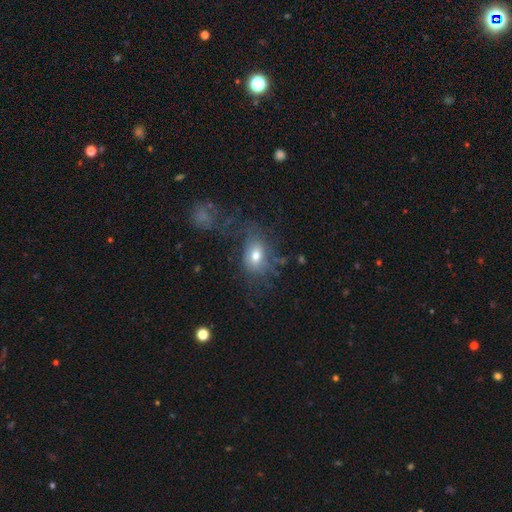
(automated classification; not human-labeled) Overall: smooth (68%). How rounded: in between (73%). Merging: none (44%; major disturbance 28%).